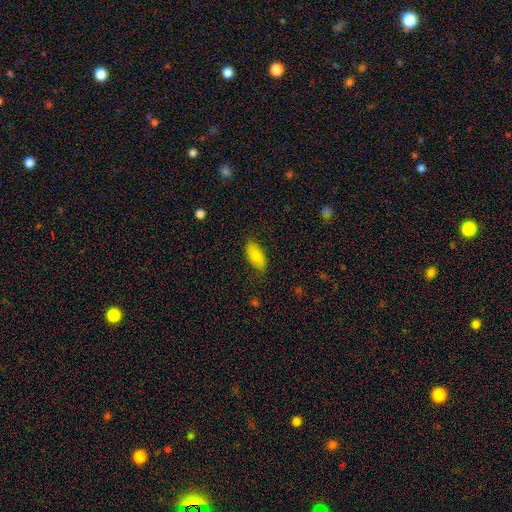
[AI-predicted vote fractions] This is clearly a smooth galaxy (83%). How rounded: clearly in between (91%). Merging: likely none (79%).